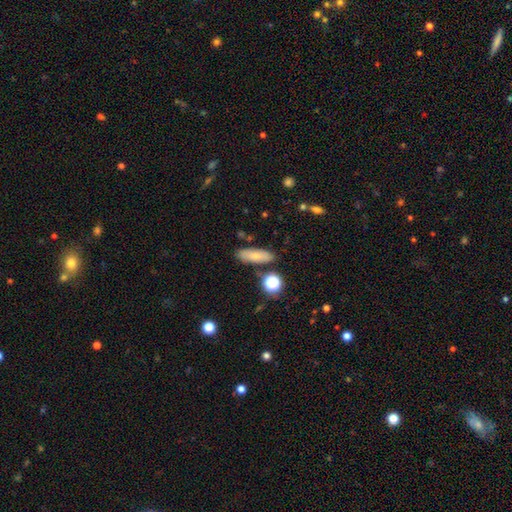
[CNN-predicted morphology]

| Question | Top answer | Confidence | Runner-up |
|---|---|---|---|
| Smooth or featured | smooth | 73% | featured or disk (17%) |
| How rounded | in between | 60% | cigar-shaped (35%) |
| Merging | none | 79% | minor disturbance (12%) |